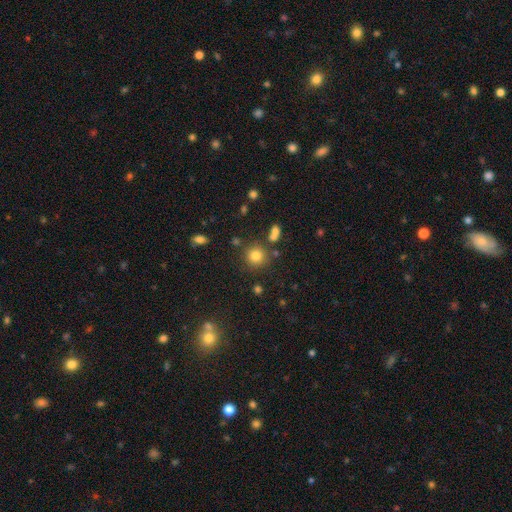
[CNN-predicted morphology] smooth 79%, star or artifact 14%, featured or disk 7%. Down the decision tree: how rounded — round (91%); merging — none (80%).